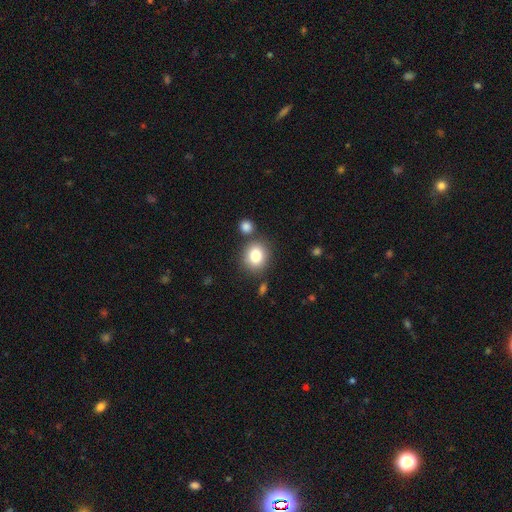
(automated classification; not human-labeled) Q: Smooth or featured?
A: smooth (81%); runner-up: star or artifact (10%)
Q: How rounded?
A: round (72%); runner-up: in between (27%)
Q: Merging?
A: none (76%); runner-up: merger (10%)